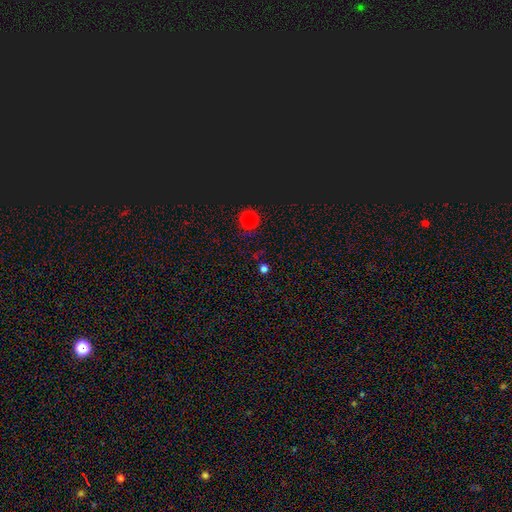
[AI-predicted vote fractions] This is likely a smooth galaxy (61%). How rounded: clearly round (91%). Merging: clearly none (84%).